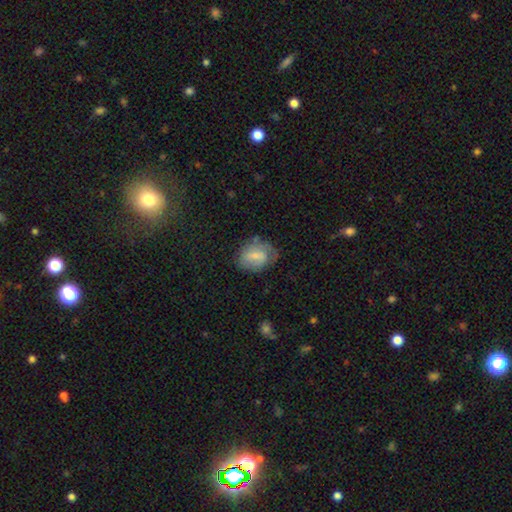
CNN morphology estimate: smooth-or-featured: smooth: 56% | featured or disk: 35% | star or artifact: 8%
  how-rounded: in between: 61% | round: 38% | cigar-shaped: 1%
  merging: none: 58% | minor disturbance: 27% | major disturbance: 12% | merger: 3%